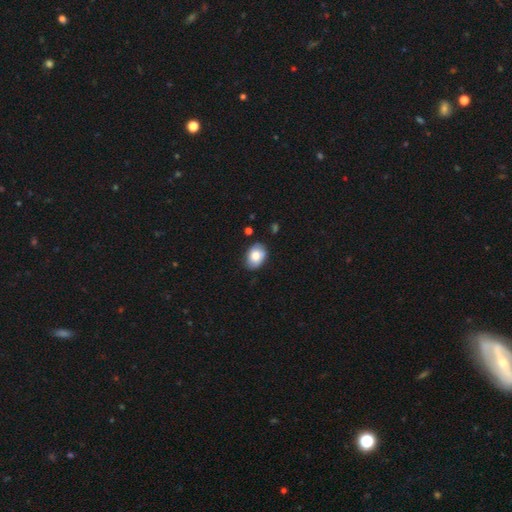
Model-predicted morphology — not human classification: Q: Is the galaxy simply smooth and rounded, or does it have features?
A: smooth — 78%.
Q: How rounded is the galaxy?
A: in between — 78%.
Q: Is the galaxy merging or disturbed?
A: none — 75%.